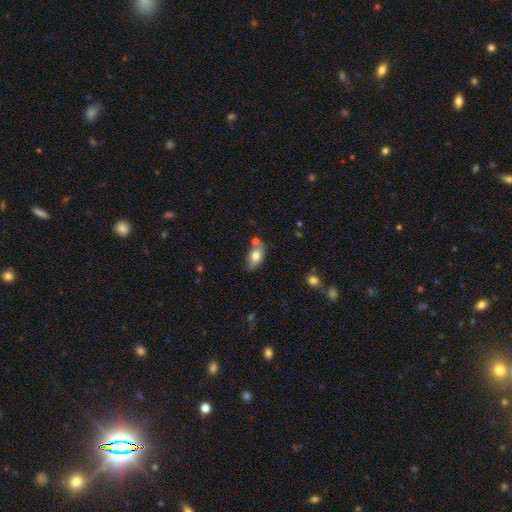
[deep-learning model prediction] Overall: smooth (75%). How rounded: in between (88%). Merging: none (60%).